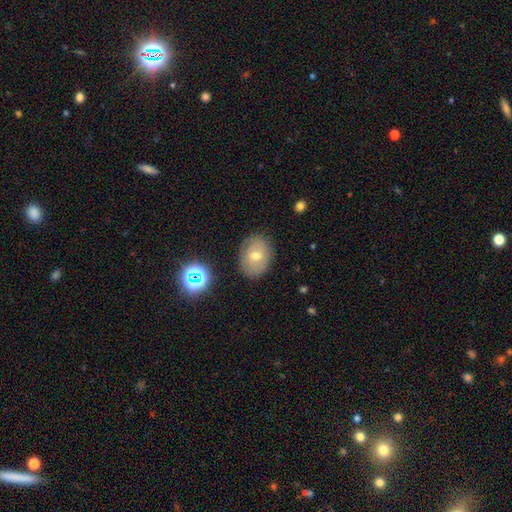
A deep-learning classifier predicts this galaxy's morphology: smooth-or-featured: smooth: 59% | featured or disk: 28% | star or artifact: 13%
  how-rounded: in between: 62% | round: 37% | cigar-shaped: 1%
  merging: none: 81% | minor disturbance: 13% | major disturbance: 4% | merger: 2%